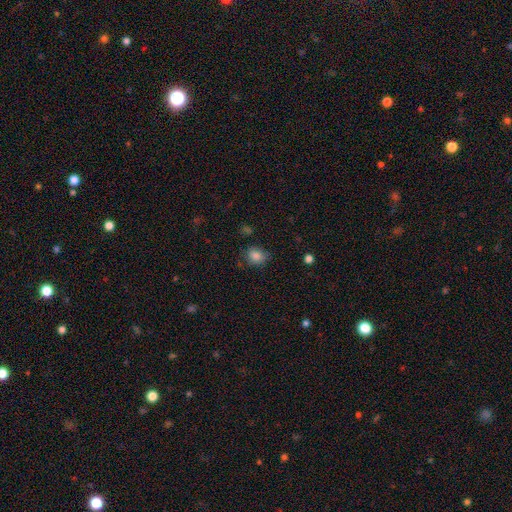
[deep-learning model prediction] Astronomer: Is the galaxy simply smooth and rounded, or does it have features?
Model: smooth — 84%.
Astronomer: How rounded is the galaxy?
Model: round — 56% (runner-up: in between, 43%).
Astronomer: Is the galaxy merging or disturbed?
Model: none — 72%.